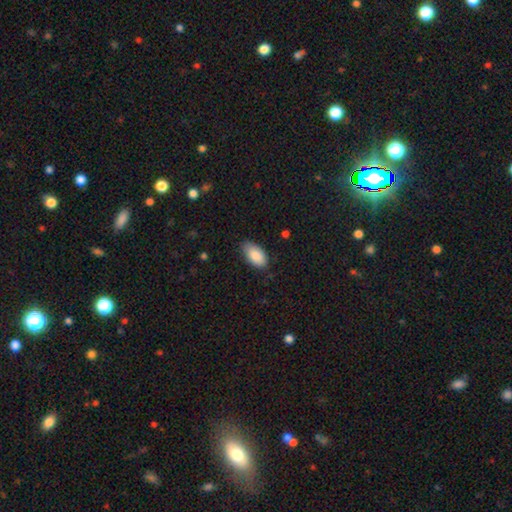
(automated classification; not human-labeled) smooth 88%, star or artifact 6%, featured or disk 6%. Down the decision tree: how rounded — in between (95%); merging — none (76%).